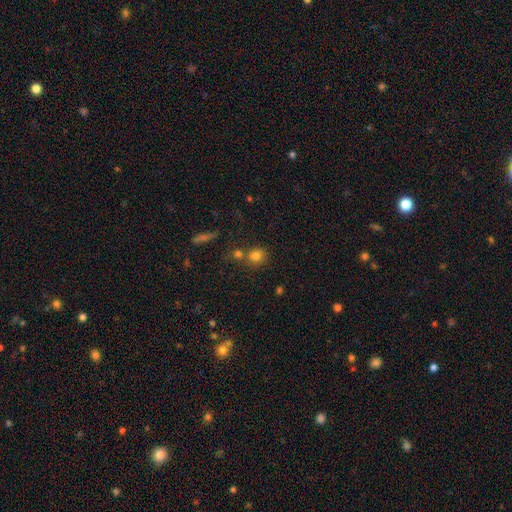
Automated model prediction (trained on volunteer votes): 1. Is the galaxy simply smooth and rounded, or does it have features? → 78% smooth, 14% star or artifact, 8% featured or disk.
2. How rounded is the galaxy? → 82% round, 17% in between, 1% cigar-shaped.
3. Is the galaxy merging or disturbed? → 61% none, 26% merger, 9% minor disturbance, 4% major disturbance.